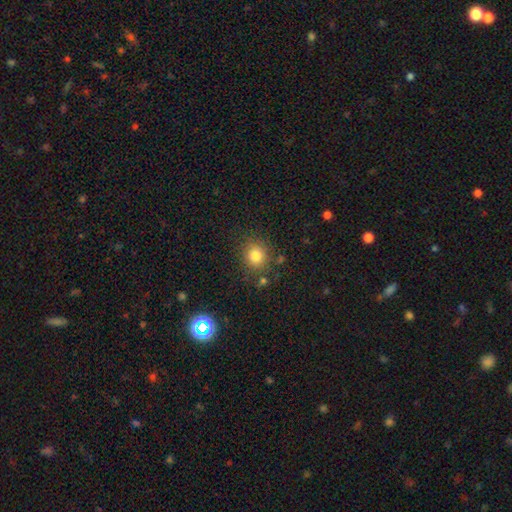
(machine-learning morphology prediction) Smooth or featured? Predicted: smooth (p=0.80). How rounded? Predicted: round (p=0.84). Merging? Predicted: none (p=0.82).